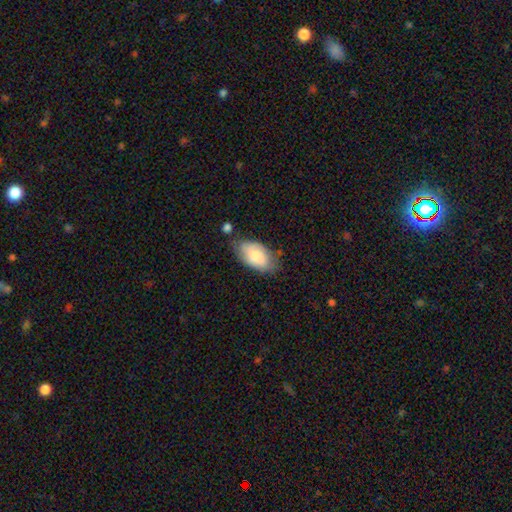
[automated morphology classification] smooth_or_featured: smooth (p=0.69) [alt: featured or disk p=0.25]
how_rounded: in between (p=0.94) [alt: round p=0.04]
merging: none (p=0.62) [alt: minor disturbance p=0.27]